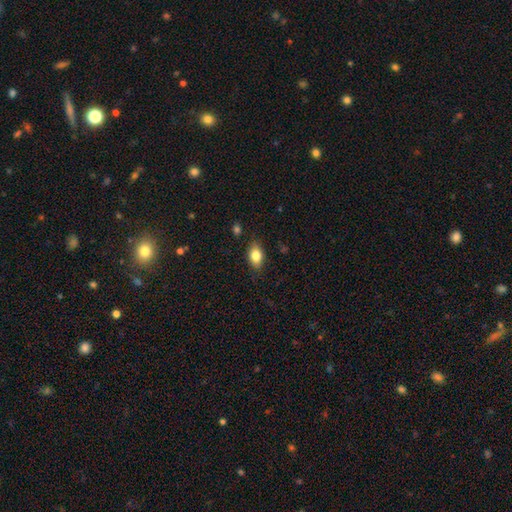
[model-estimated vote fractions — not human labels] Smooth or featured? Predicted: smooth (p=0.82). How rounded? Predicted: in between (p=0.86). Merging? Predicted: none (p=0.84).